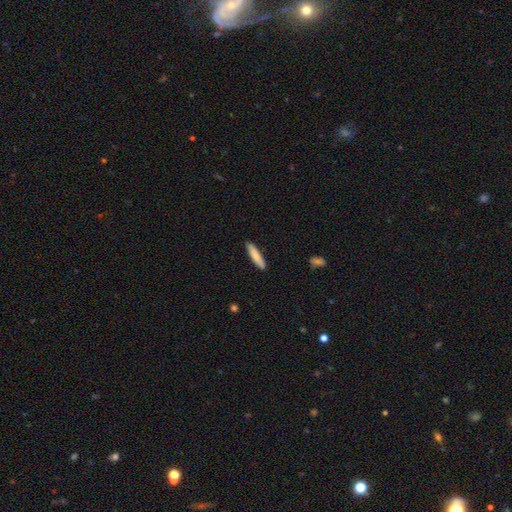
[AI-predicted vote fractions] This appears to be a smooth galaxy with no disk features (81%) that is cigar-shaped (85%). Merging: none (88%).